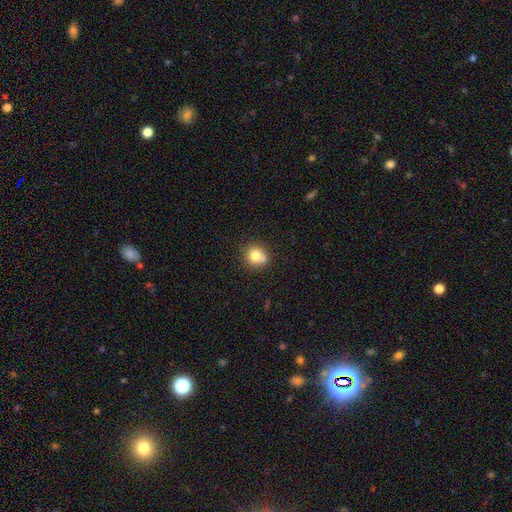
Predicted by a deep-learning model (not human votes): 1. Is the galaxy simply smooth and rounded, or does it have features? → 77% smooth, 13% featured or disk, 10% star or artifact.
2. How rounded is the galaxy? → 85% round, 14% in between, 1% cigar-shaped.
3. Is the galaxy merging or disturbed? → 59% none, 22% merger, 14% minor disturbance, 4% major disturbance.